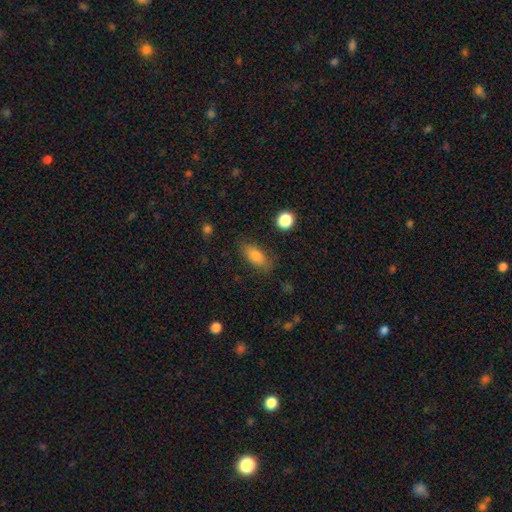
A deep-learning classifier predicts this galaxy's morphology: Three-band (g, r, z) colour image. It shows a smooth galaxy with no disk features (80%) that is in between round and cigar-shaped (81%). Merging: none (81%).